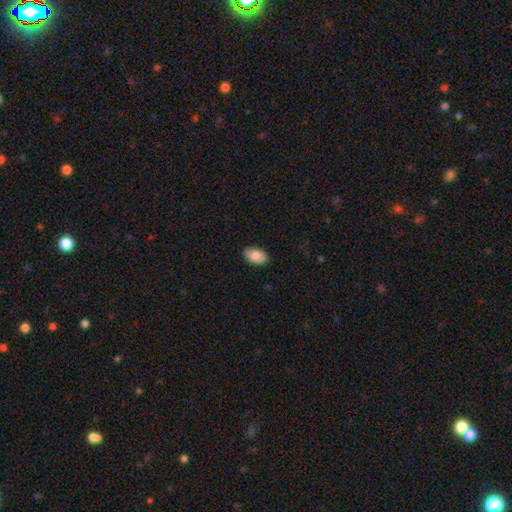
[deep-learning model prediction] Smooth or featured? Predicted: smooth (p=0.84). How rounded? Predicted: in between (p=0.93). Merging? Predicted: none (p=0.88).